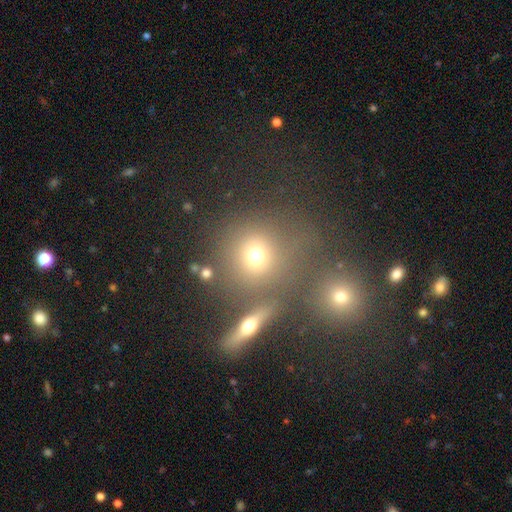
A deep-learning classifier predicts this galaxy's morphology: Q: Smooth or featured?
A: smooth (71%); runner-up: star or artifact (16%)
Q: How rounded?
A: round (85%); runner-up: in between (13%)
Q: Merging?
A: none (58%); runner-up: merger (24%)